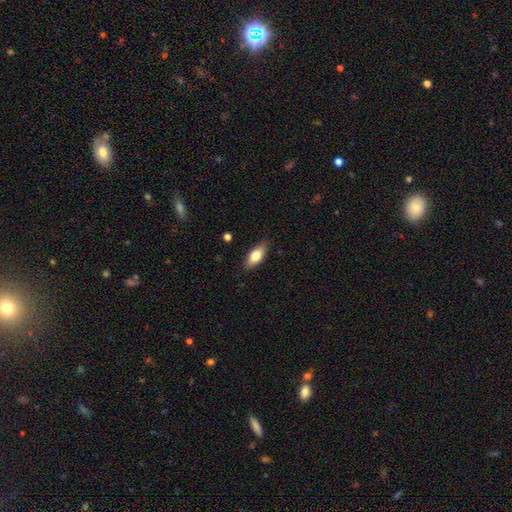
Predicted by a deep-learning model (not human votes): A smooth galaxy with no disk features (75%) that is in between round and cigar-shaped (84%). Merging: none (85%).